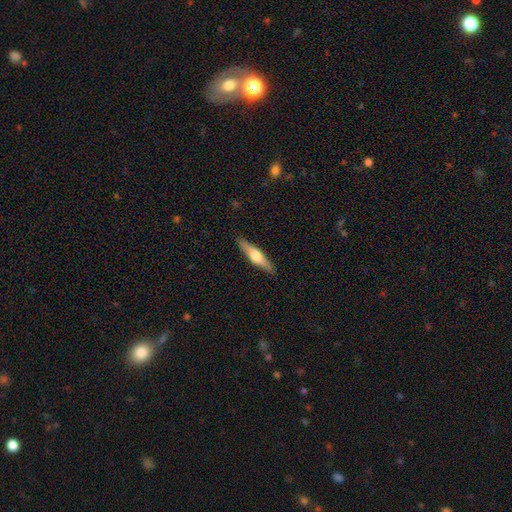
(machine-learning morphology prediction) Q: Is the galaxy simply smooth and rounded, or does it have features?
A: featured or disk — 56%.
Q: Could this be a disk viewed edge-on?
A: yes — 95%.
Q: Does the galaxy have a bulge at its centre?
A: rounded — 90%.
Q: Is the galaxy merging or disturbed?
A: none — 90%.